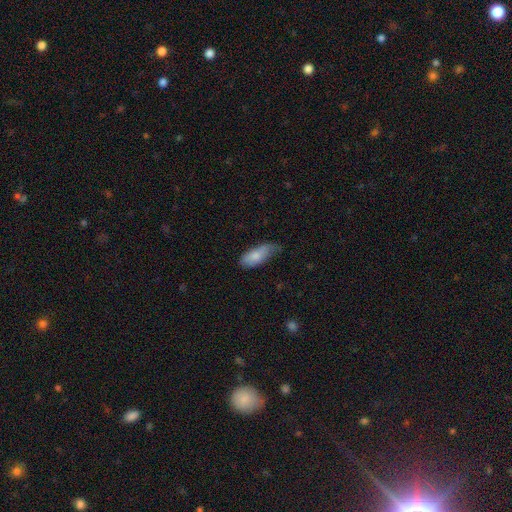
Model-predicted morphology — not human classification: Q: Smooth or featured?
A: smooth (80%); runner-up: featured or disk (14%)
Q: How rounded?
A: in between (82%); runner-up: cigar-shaped (16%)
Q: Merging?
A: minor disturbance (46%); runner-up: none (38%)